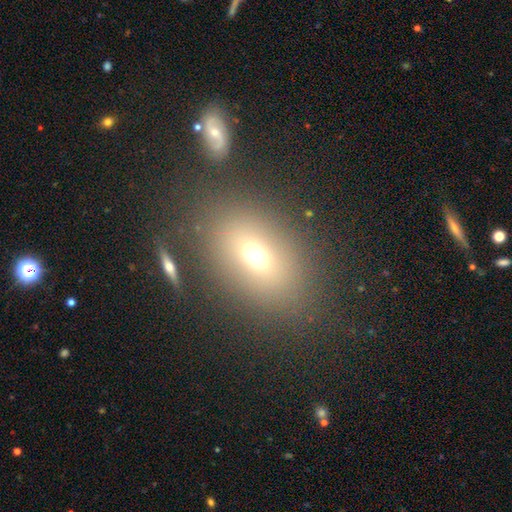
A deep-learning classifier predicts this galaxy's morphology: A smooth galaxy with no disk features (68%) that is in between round and cigar-shaped (73%).

Vote fractions:
- Smooth or featured? smooth: 68% / star or artifact: 18% / featured or disk: 15%
- How rounded? in between: 73% / round: 24% / cigar-shaped: 3%
- Merging? none: 78% / minor disturbance: 10% / merger: 7% / major disturbance: 5%